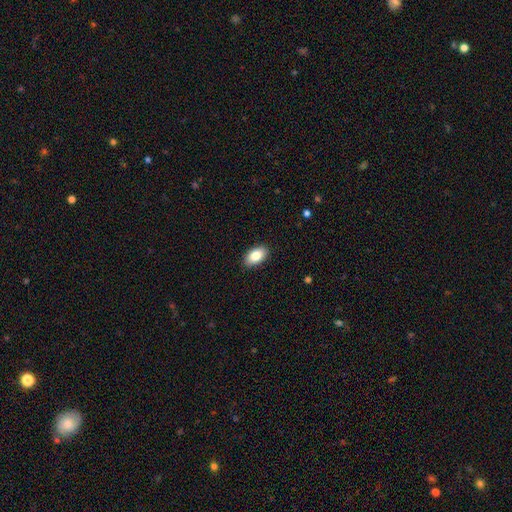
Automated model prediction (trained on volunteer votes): A smooth galaxy with no disk features (86%) that is in between round and cigar-shaped (93%).

Vote fractions:
- Smooth or featured? smooth: 86% / featured or disk: 8% / star or artifact: 7%
- How rounded? in between: 93% / round: 5% / cigar-shaped: 2%
- Merging? none: 90% / minor disturbance: 8% / major disturbance: 2% / merger: 1%